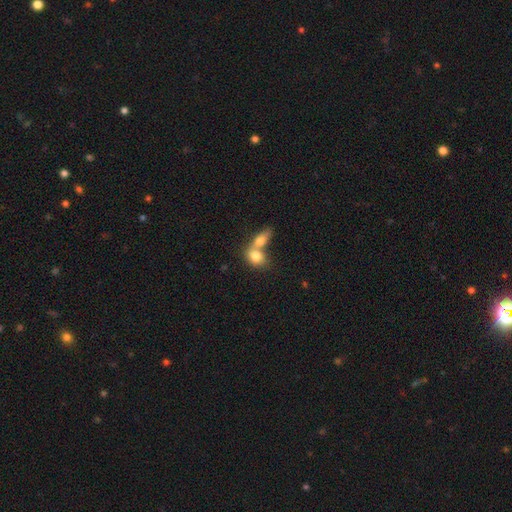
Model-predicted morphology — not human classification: This is likely a smooth galaxy (77%). How rounded: possibly in between (59%). Merging: likely merger (71%).